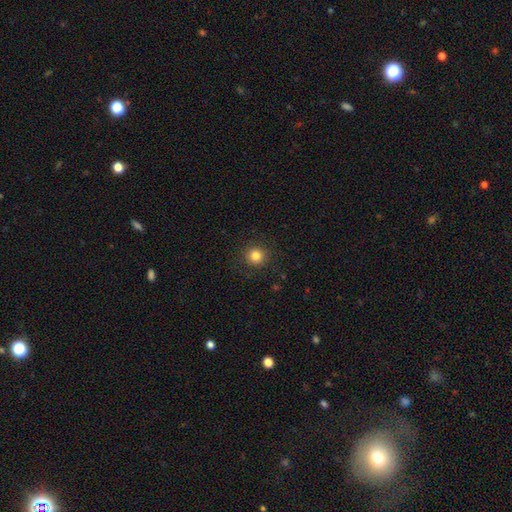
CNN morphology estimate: Smooth or featured: smooth — 83% (star or artifact — 12%)
How rounded: round — 94% (in between — 5%)
Merging: none — 90% (minor disturbance — 6%)